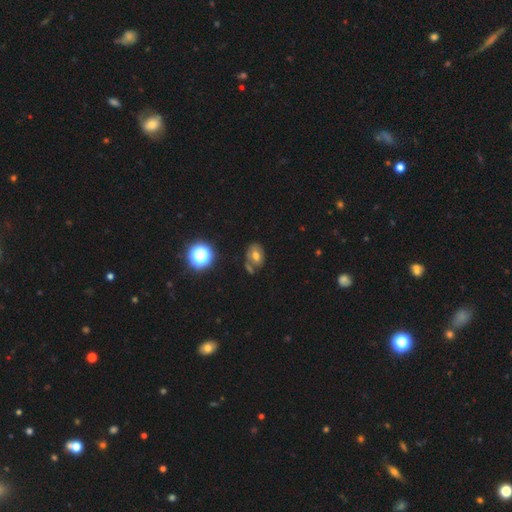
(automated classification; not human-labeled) smooth-or-featured: smooth: 55% | featured or disk: 28% | star or artifact: 17%
  how-rounded: in between: 75% | round: 24% | cigar-shaped: 1%
  merging: none: 55% | minor disturbance: 21% | merger: 16% | major disturbance: 8%